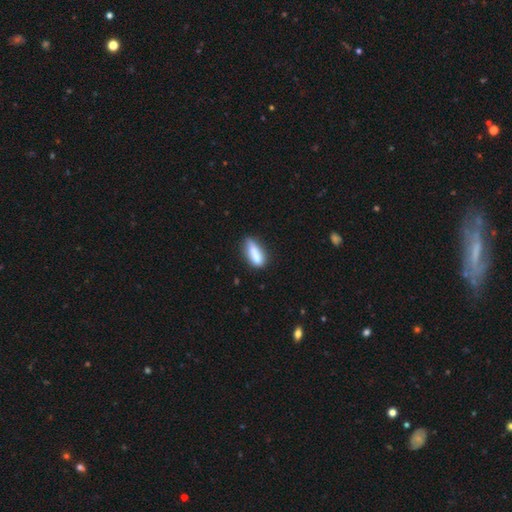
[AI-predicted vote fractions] Overall: smooth (77%). How rounded: in between (60%; cigar-shaped 37%). Merging: none (54%; minor disturbance 27%).